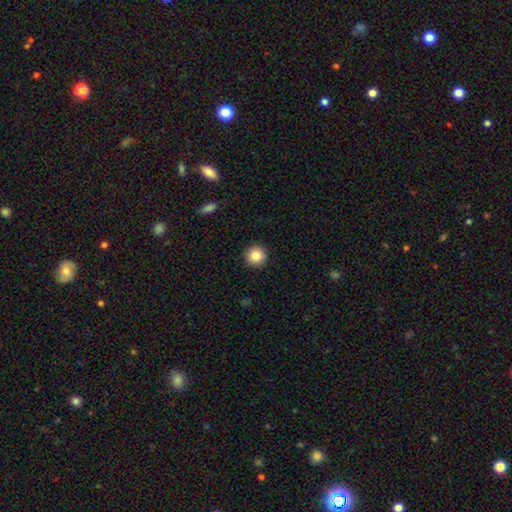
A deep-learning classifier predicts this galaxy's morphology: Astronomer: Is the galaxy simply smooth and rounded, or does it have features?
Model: smooth — 85%.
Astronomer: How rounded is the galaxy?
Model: round — 95%.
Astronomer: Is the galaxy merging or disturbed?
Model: none — 92%.